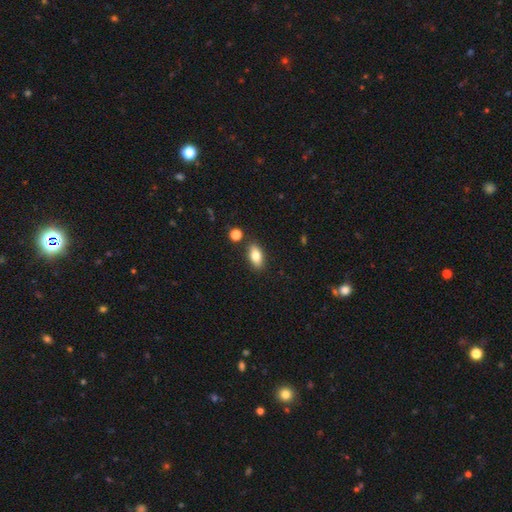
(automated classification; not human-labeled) The model was most divided on "smooth or featured": smooth: 79%, featured or disk: 13%, star or artifact: 8%. More confident: how rounded — in between (87%); merging — none (84%).